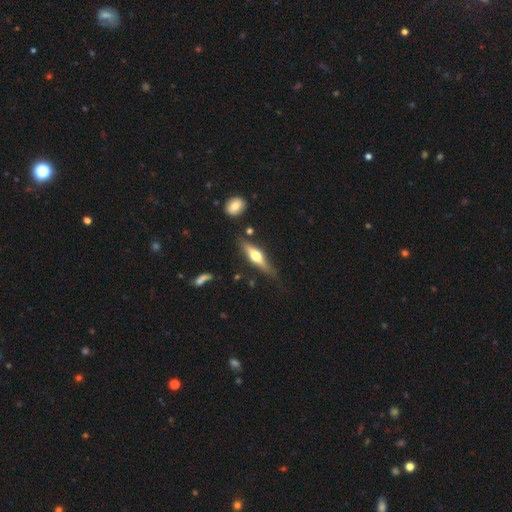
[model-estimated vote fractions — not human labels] Overall: featured or disk (58%; smooth 36%). Edge-on disk: yes (93%). Edge-on bulge: rounded (93%). Merging: none (77%).